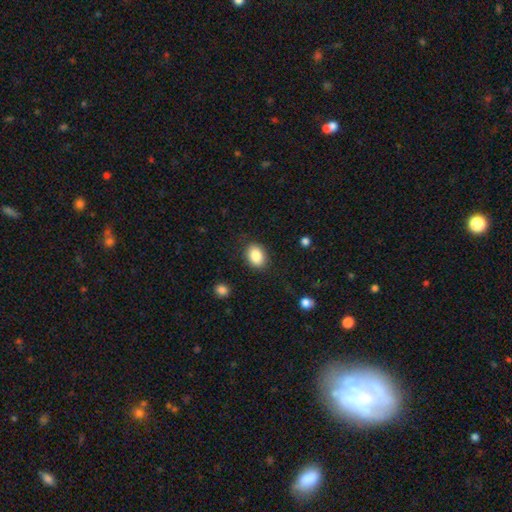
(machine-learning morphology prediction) The model was most divided on "how rounded": in between: 75%, round: 24%, cigar-shaped: 1%. More confident: smooth or featured — smooth (87%); merging — none (87%).